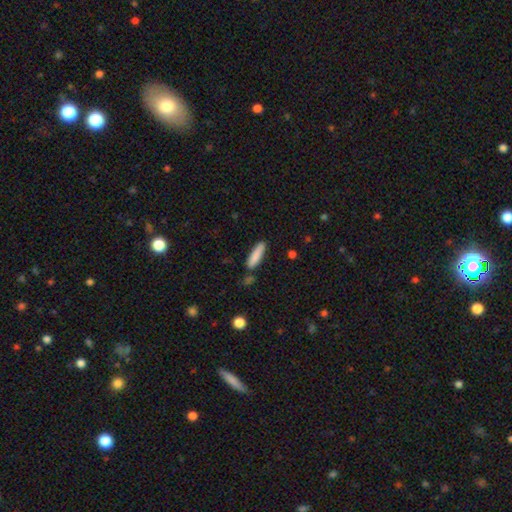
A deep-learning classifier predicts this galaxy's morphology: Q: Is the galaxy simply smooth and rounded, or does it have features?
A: smooth — 85%.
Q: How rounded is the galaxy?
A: cigar-shaped — 78%.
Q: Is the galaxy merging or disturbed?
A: none — 81%.